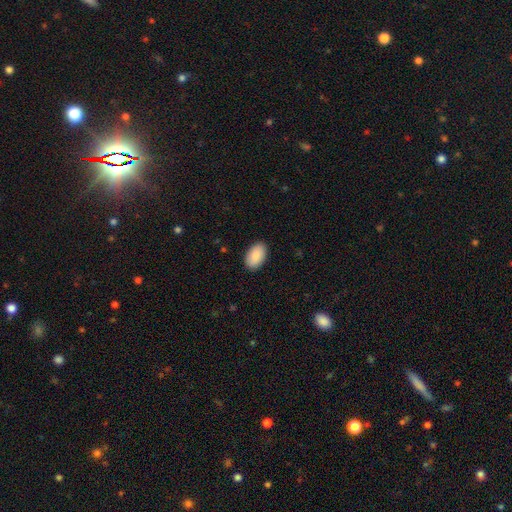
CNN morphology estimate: This appears to be a smooth galaxy with no disk features (88%) that is in between round and cigar-shaped (94%). Merging: none (89%).